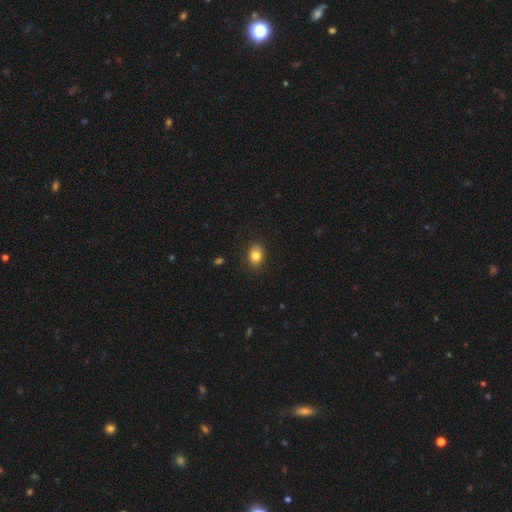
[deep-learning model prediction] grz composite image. It shows a smooth galaxy with no disk features (82%) that is in between round and cigar-shaped (58%). Merging: none (83%).